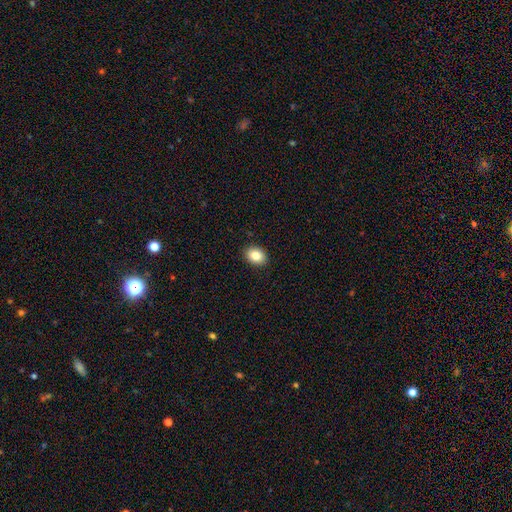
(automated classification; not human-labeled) Smooth or featured?
  - smooth: 84% *
  - star or artifact: 9%
  - featured or disk: 7%
How rounded?
  - in between: 65% *
  - round: 34%
  - cigar-shaped: 1%
Merging?
  - none: 91% *
  - minor disturbance: 7%
  - major disturbance: 2%
  - merger: 1%